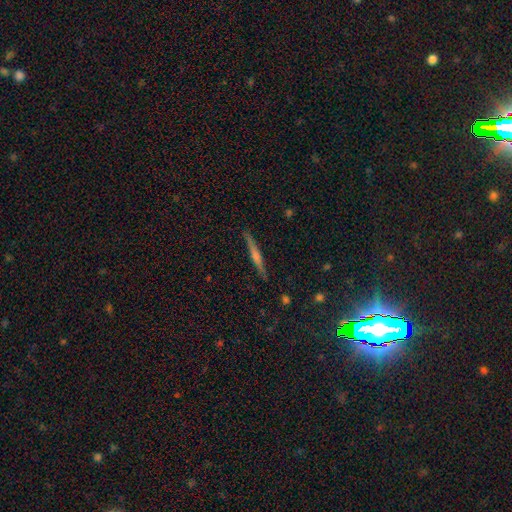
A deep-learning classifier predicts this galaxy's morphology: Smooth or featured: featured or disk — 61% (smooth — 30%)
Edge-on disk: yes — 97% (no — 3%)
Edge-on bulge: rounded — 54% (none — 26%)
Merging: none — 90% (minor disturbance — 7%)